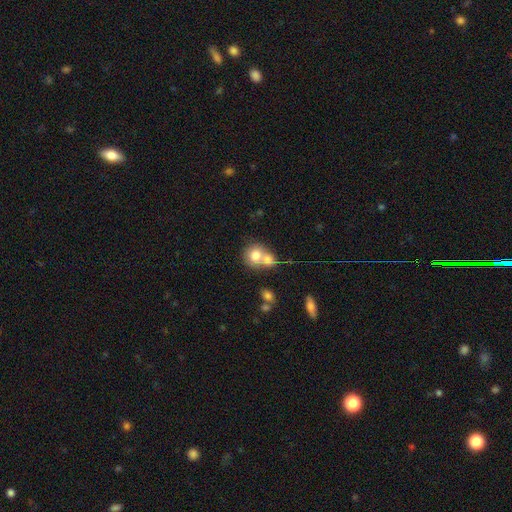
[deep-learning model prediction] smooth 74%, featured or disk 17%, star or artifact 9%. Down the decision tree: how rounded — round (77%); merging — merger (61%).